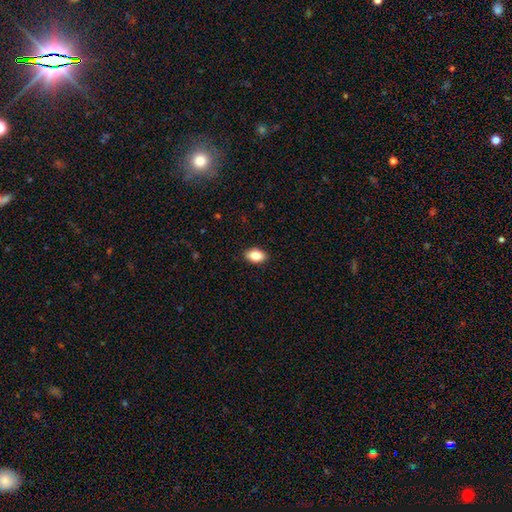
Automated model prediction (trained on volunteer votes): This appears to be a smooth galaxy with no disk features (83%) that is in between round and cigar-shaped (89%). Merging: none (89%).